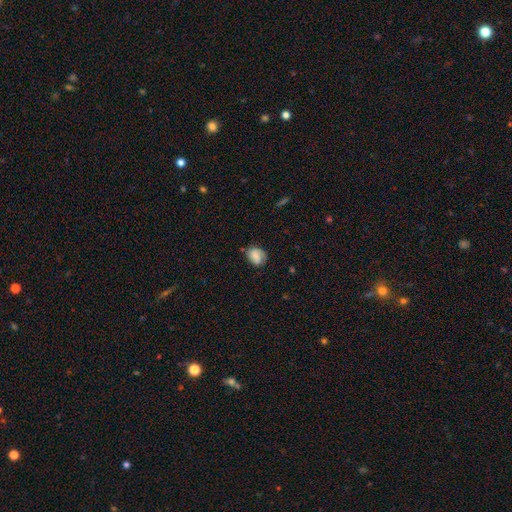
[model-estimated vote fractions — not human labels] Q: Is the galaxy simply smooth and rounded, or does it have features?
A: smooth — 60%.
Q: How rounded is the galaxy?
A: round — 51%.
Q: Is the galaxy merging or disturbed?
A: none — 65%.